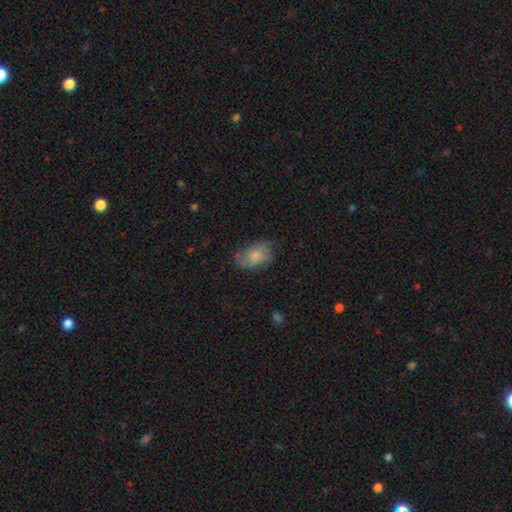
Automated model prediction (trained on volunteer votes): Q: Smooth or featured?
A: smooth (77%); runner-up: featured or disk (16%)
Q: How rounded?
A: in between (87%); runner-up: round (12%)
Q: Merging?
A: none (64%); runner-up: minor disturbance (26%)